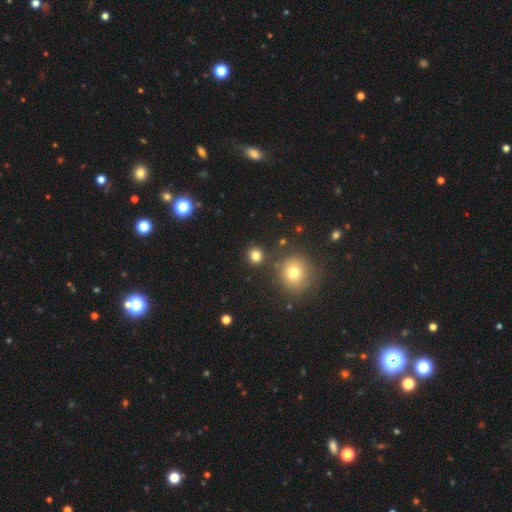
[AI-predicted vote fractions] smooth_or_featured: smooth (p=0.79) [alt: star or artifact p=0.15]
how_rounded: round (p=0.90) [alt: in between p=0.09]
merging: none (p=0.86) [alt: minor disturbance p=0.06]